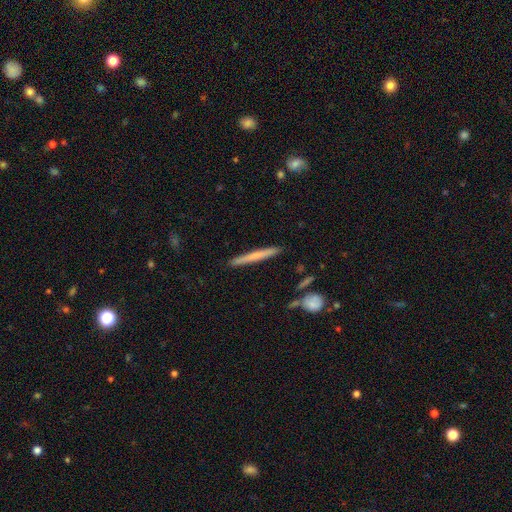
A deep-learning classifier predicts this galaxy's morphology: This is possibly a smooth galaxy (55%). How rounded: clearly cigar-shaped (96%). Merging: clearly none (90%).